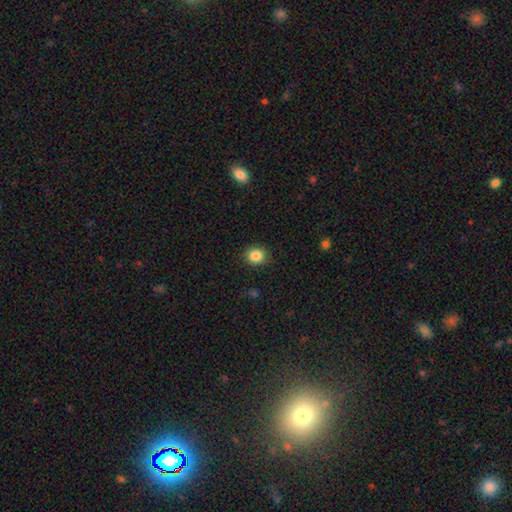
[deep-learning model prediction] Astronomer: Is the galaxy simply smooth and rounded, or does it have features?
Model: smooth — 85%.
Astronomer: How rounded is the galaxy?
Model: round — 80%.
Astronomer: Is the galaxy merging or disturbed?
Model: none — 90%.